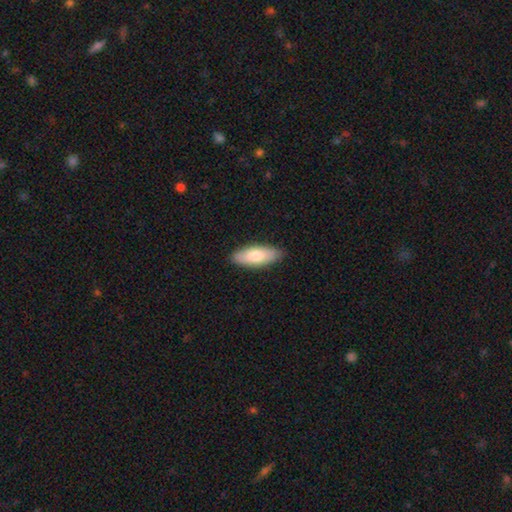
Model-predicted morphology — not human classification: Smooth or featured? smooth (78%)
How rounded? in between (76%)
Merging? none (87%)